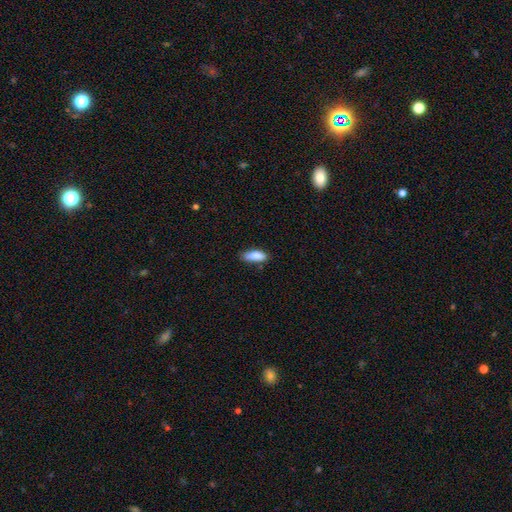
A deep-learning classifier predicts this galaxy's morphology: Q: Smooth or featured?
A: smooth (86%); runner-up: featured or disk (7%)
Q: How rounded?
A: in between (66%); runner-up: cigar-shaped (32%)
Q: Merging?
A: none (72%); runner-up: minor disturbance (22%)